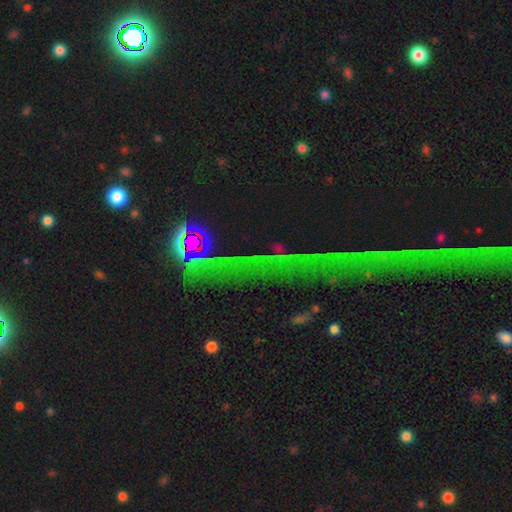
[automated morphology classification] A star or artifact, not a galaxy (77%).